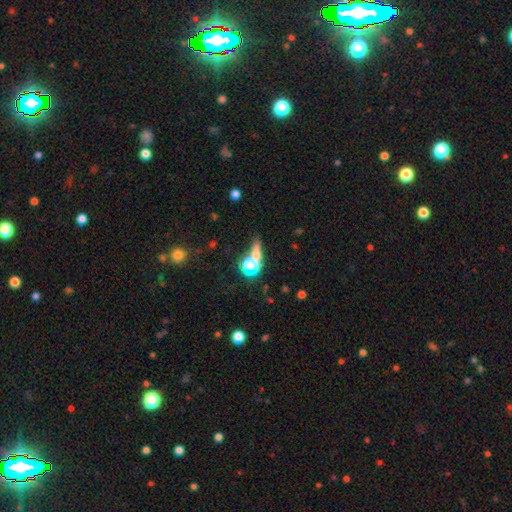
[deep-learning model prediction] Smooth or featured?
  - smooth: 47% *
  - star or artifact: 36%
  - featured or disk: 17%
Merging?
  - none: 55% *
  - merger: 23%
  - minor disturbance: 13%
  - major disturbance: 9%